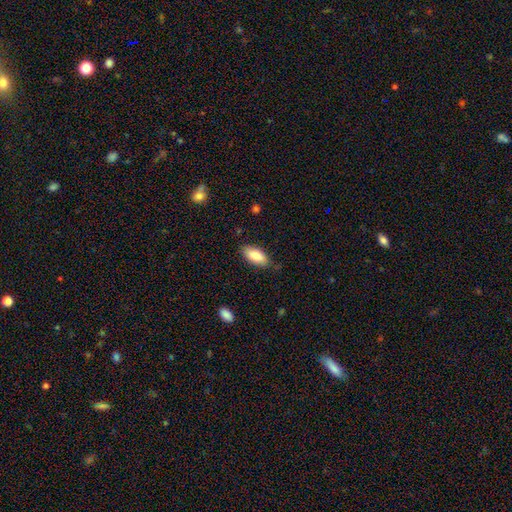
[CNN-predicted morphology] The model was most divided on "merging": none: 81%, minor disturbance: 15%, major disturbance: 3%, merger: 1%. More confident: how rounded — in between (89%); smooth or featured — smooth (85%).